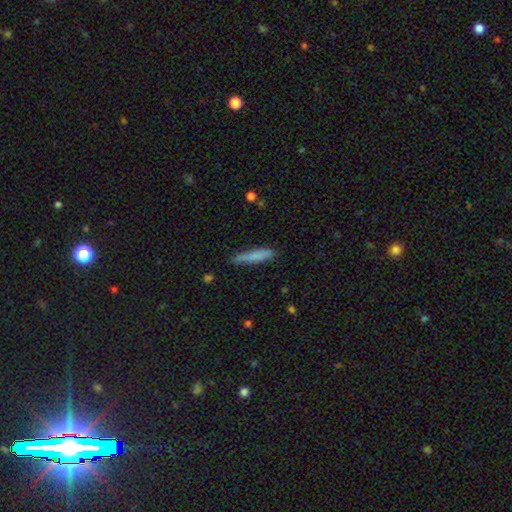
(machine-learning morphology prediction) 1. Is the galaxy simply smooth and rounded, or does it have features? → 79% smooth, 14% featured or disk, 6% star or artifact.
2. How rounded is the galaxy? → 90% cigar-shaped, 9% in between, 1% round.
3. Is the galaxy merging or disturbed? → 75% none, 19% minor disturbance, 3% major disturbance, 2% merger.